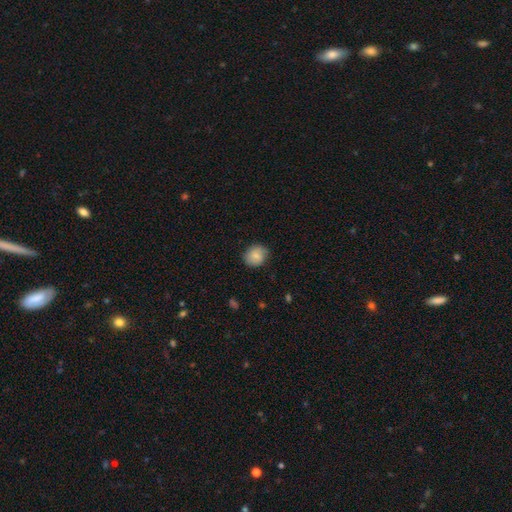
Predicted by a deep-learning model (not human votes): Smooth or featured? smooth (78%)
How rounded? round (66%)
Merging? none (79%)